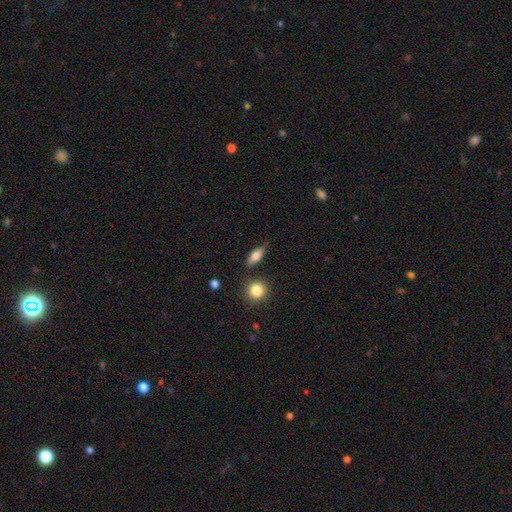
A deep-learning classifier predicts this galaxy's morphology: Overall: smooth (75%). How rounded: in between (70%). Merging: none (78%).